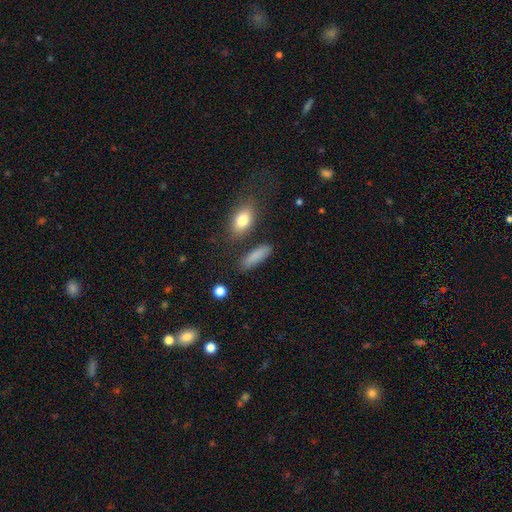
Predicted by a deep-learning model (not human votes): Smooth or featured: smooth — 84% (featured or disk — 8%)
How rounded: cigar-shaped — 52% (in between — 43%)
Merging: none — 83% (minor disturbance — 10%)